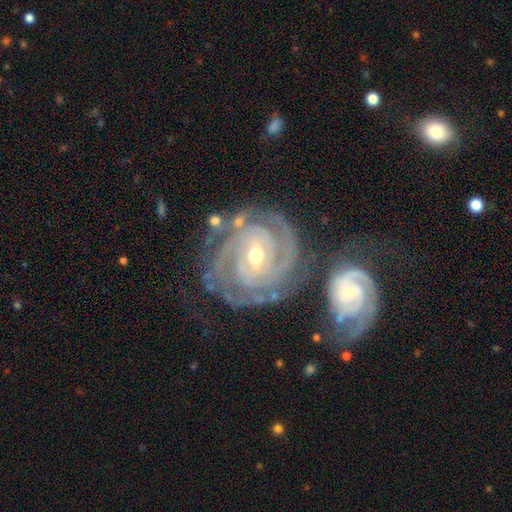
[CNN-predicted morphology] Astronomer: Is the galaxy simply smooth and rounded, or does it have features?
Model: featured or disk — 92%.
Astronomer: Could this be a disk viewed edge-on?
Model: no — 97%.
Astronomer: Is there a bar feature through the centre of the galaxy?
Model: weak — 42% (runner-up: no, 30%).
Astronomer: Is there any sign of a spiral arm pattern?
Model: yes — 98%.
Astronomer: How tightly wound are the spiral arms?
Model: tight — 80%.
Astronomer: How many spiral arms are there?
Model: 2 — 33% (runner-up: 3, 32%).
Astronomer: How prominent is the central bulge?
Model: moderate — 54% (runner-up: small, 42%).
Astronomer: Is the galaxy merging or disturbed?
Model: none — 62%.